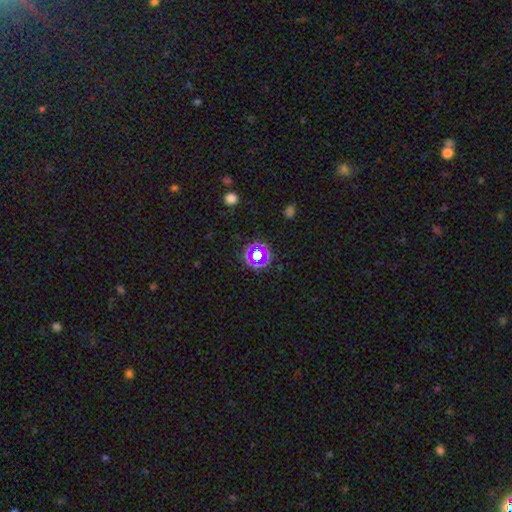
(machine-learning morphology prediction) star or artifact 56%, smooth 31%, featured or disk 12%.